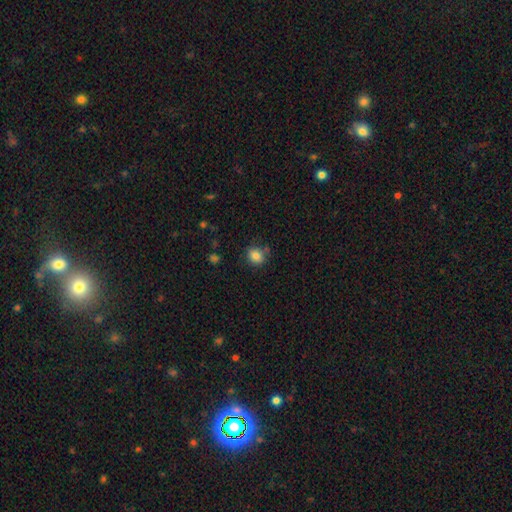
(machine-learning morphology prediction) Overall: smooth (83%). How rounded: round (69%; in between 31%). Merging: none (74%).